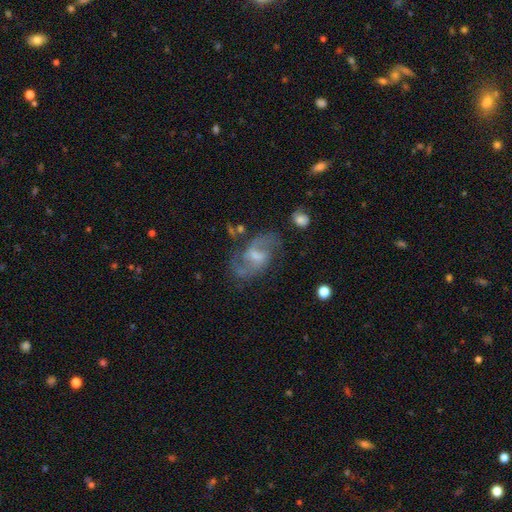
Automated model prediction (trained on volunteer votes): Overall: featured or disk (82%). Edge-on disk: no (97%). Bar: weak (59%; no 23%). Spiral arms: yes (93%). Spiral arm count: 2 (84%). Spiral winding: medium (51%; loose 35%). Bulge size: small (39%; moderate 36%). Merging: none (67%).